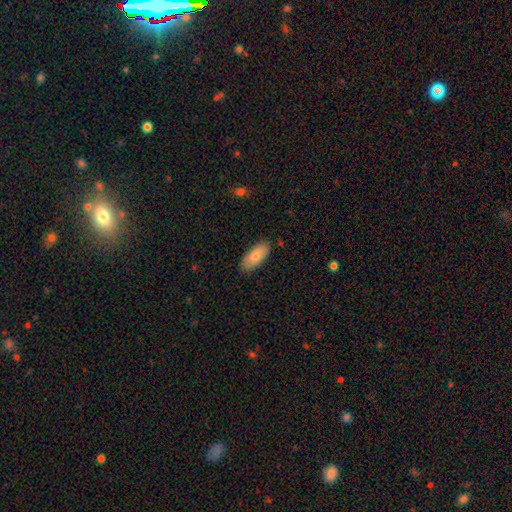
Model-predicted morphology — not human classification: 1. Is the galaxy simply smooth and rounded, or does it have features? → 82% smooth, 12% featured or disk, 6% star or artifact.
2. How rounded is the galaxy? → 87% in between, 11% cigar-shaped, 2% round.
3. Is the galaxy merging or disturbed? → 85% none, 11% minor disturbance, 2% major disturbance, 1% merger.